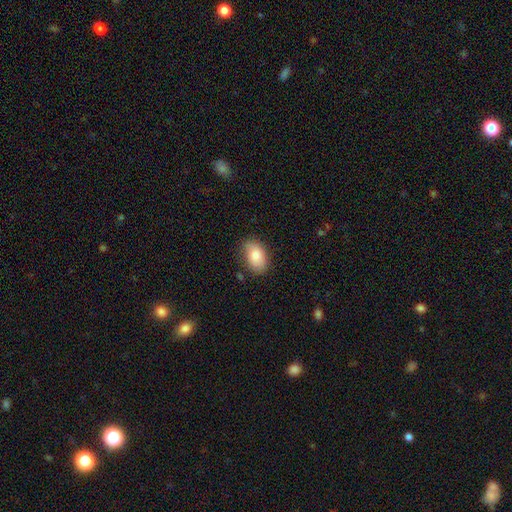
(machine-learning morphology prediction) smooth_or_featured: smooth (p=0.83) [alt: featured or disk p=0.10]
how_rounded: in between (p=0.89) [alt: round p=0.09]
merging: none (p=0.76) [alt: minor disturbance p=0.18]